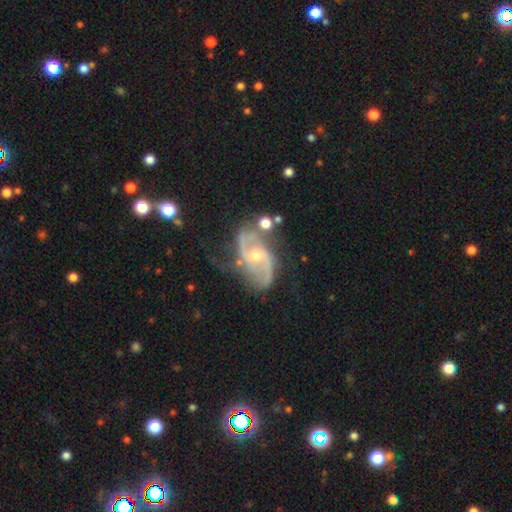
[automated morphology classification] featured or disk 89%, star or artifact 6%, smooth 5%. Down the decision tree: edge-on disk — no (97%); bar — no (56%); spiral arms — yes (96%); spiral arm count — 2 (82%); spiral winding — medium (50%); bulge size — small (53%); merging — none (59%).